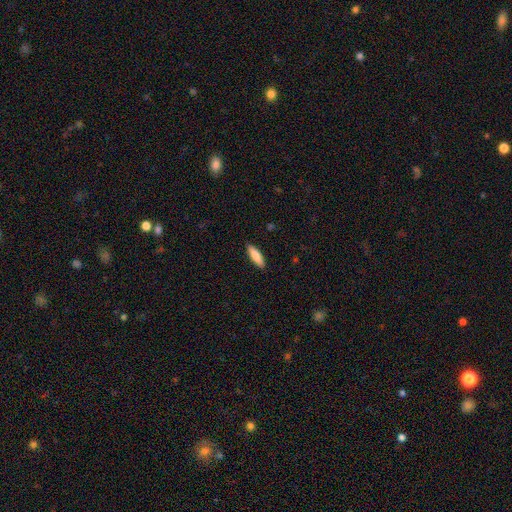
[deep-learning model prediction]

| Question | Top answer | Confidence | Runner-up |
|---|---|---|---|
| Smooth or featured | smooth | 82% | featured or disk (13%) |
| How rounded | cigar-shaped | 55% | in between (43%) |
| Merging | none | 89% | minor disturbance (8%) |